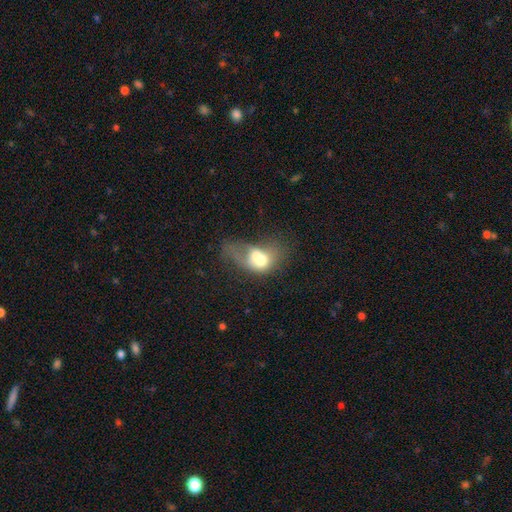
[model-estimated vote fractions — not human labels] smooth-or-featured: smooth: 59% | featured or disk: 32% | star or artifact: 10%
  how-rounded: in between: 68% | round: 30% | cigar-shaped: 2%
  merging: merger: 57% | major disturbance: 22% | none: 11% | minor disturbance: 9%